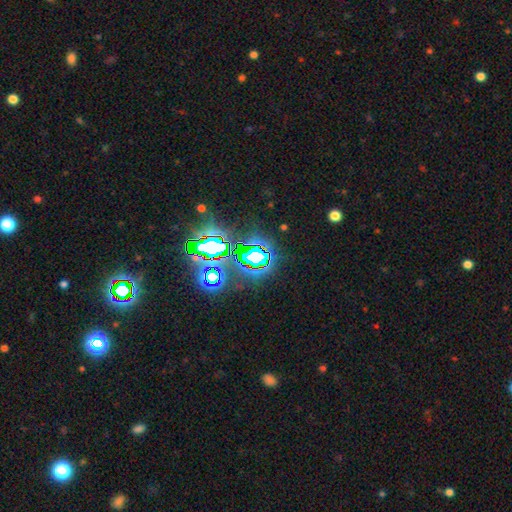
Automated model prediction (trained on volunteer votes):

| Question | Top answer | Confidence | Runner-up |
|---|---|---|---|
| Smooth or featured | star or artifact | 77% | smooth (13%) |